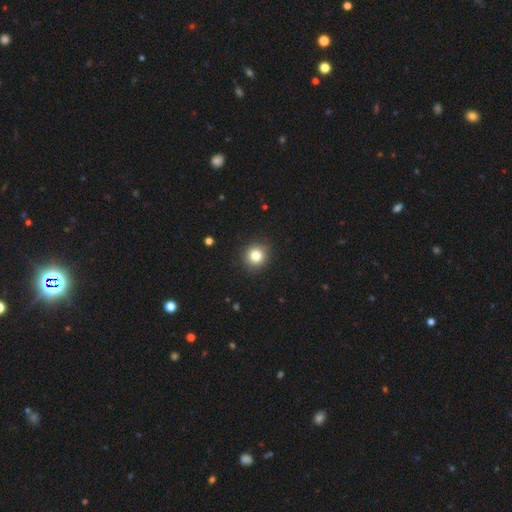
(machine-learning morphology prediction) Smooth or featured? smooth (81%)
How rounded? round (91%)
Merging? none (90%)